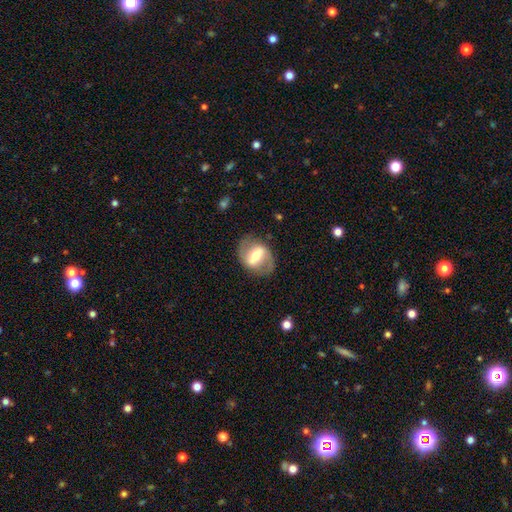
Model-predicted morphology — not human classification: type=featured or disk (72%); edge-on=no (94%); bar=strong (55%); spiral arms=yes (72%); bulge=moderate (63%); merging=none (79%).